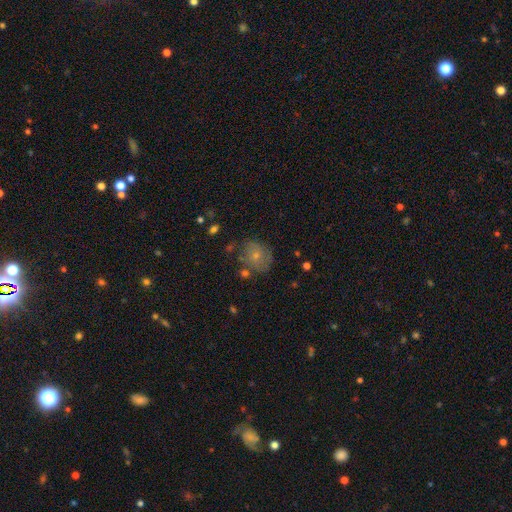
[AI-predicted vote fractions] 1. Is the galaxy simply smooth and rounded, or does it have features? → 62% smooth, 26% featured or disk, 11% star or artifact.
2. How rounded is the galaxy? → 73% round, 26% in between, 1% cigar-shaped.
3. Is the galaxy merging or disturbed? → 65% none, 21% minor disturbance, 8% major disturbance, 6% merger.